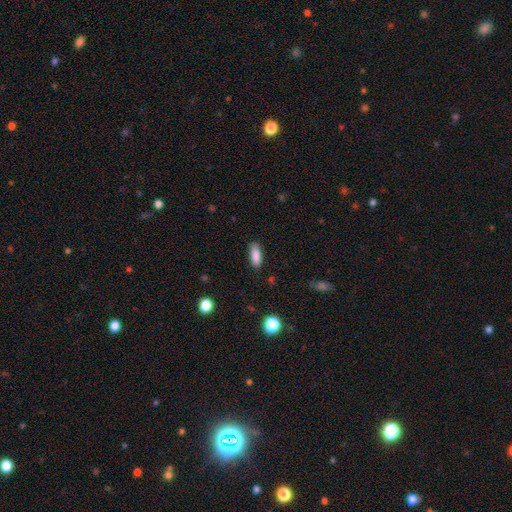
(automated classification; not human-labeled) Smooth or featured?
  - smooth: 87% *
  - star or artifact: 7%
  - featured or disk: 5%
How rounded?
  - in between: 74% *
  - cigar-shaped: 24%
  - round: 2%
Merging?
  - none: 83% *
  - minor disturbance: 13%
  - major disturbance: 3%
  - merger: 1%